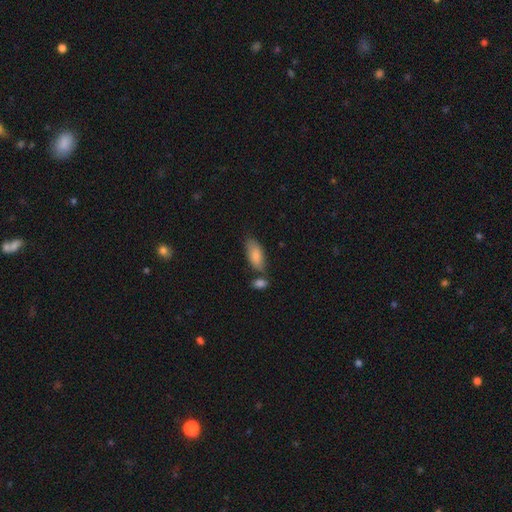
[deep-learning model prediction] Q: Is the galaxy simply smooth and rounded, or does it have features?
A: smooth — 84%.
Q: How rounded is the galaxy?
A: in between — 88%.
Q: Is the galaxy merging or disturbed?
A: none — 60%.